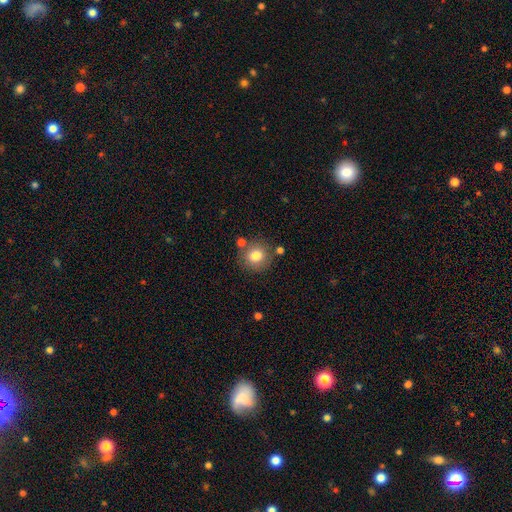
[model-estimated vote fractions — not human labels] Overall: smooth (79%). How rounded: round (90%). Merging: none (78%).